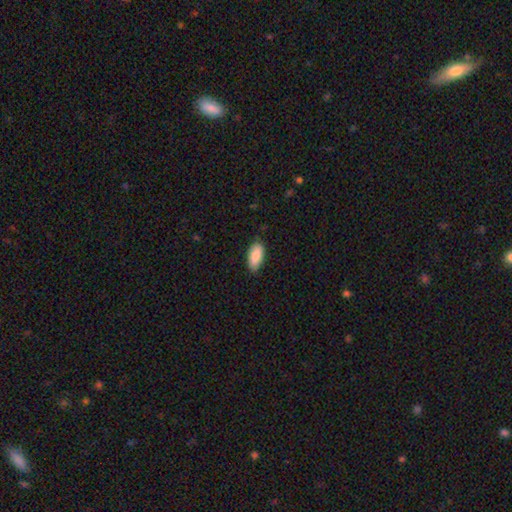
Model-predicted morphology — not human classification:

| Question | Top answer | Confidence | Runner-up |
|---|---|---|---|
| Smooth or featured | smooth | 86% | featured or disk (7%) |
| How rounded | in between | 90% | cigar-shaped (7%) |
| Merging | none | 82% | minor disturbance (14%) |